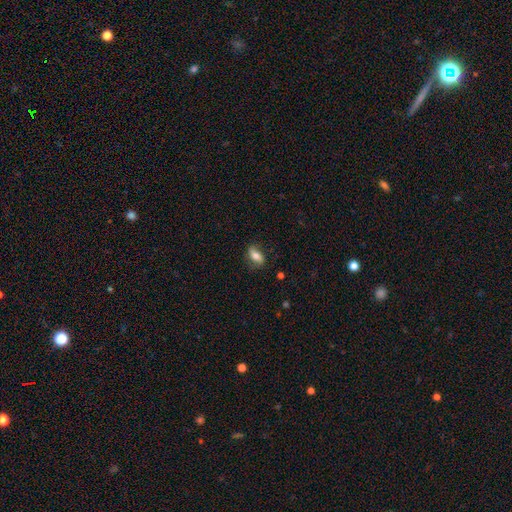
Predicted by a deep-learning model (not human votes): Smooth or featured? Predicted: smooth (p=0.63). How rounded? Predicted: in between (p=0.81). Merging? Predicted: none (p=0.74).